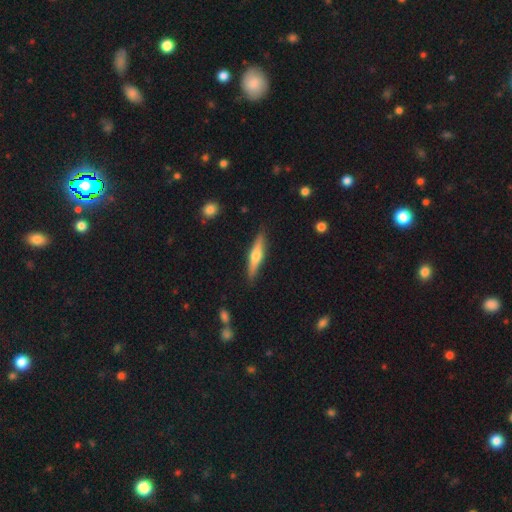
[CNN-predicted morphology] A featured or disk galaxy (57%) viewed edge-on (95%) with a rounded central bulge (88%). Merging: none (88%).